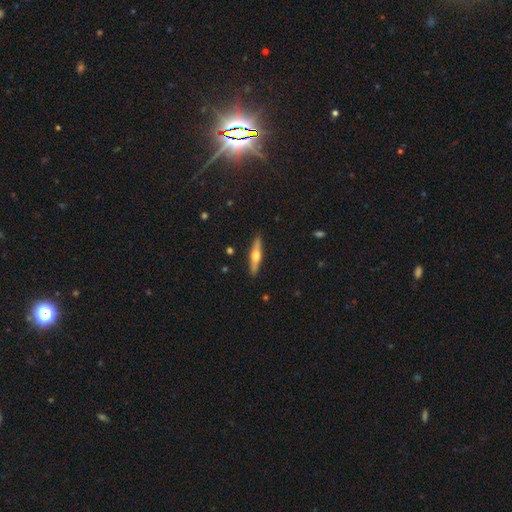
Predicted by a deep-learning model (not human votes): This appears to be a featured or disk galaxy (58%) viewed edge-on (96%) with a rounded central bulge (93%). Merging: none (90%).